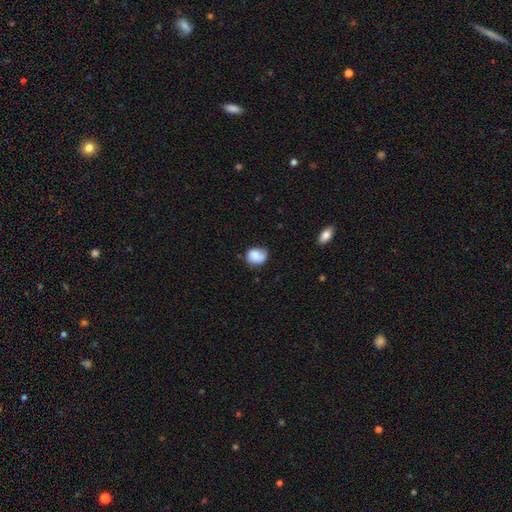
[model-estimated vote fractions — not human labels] Morphology: type=smooth (73%); roundness=round (61%); merging=none (56%).